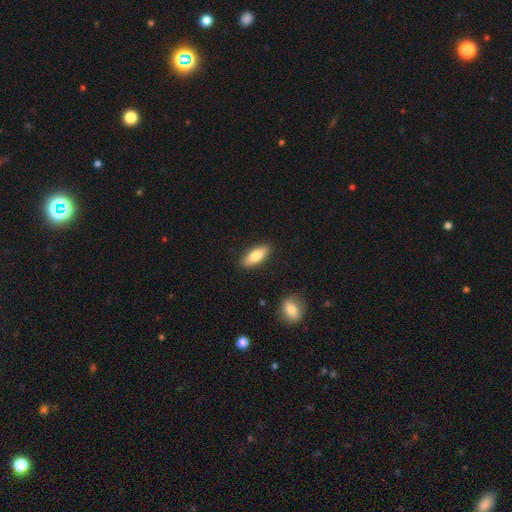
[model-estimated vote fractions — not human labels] smooth 73%, featured or disk 21%, star or artifact 6%. Down the decision tree: how rounded — in between (70%); merging — none (87%).